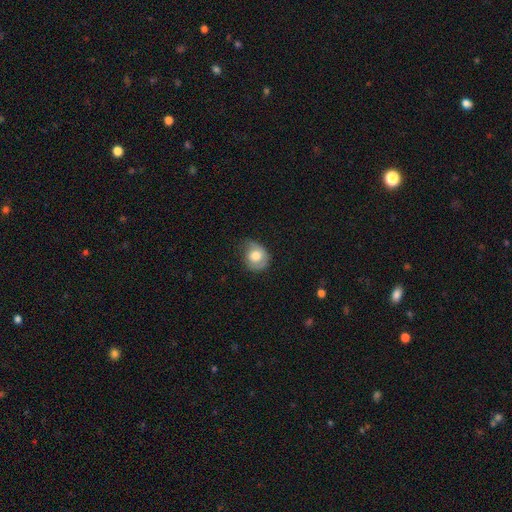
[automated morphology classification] Smooth or featured?
  - smooth: 68% *
  - featured or disk: 25%
  - star or artifact: 8%
How rounded?
  - round: 63% *
  - in between: 36%
  - cigar-shaped: 1%
Merging?
  - none: 50% *
  - minor disturbance: 34%
  - major disturbance: 14%
  - merger: 2%